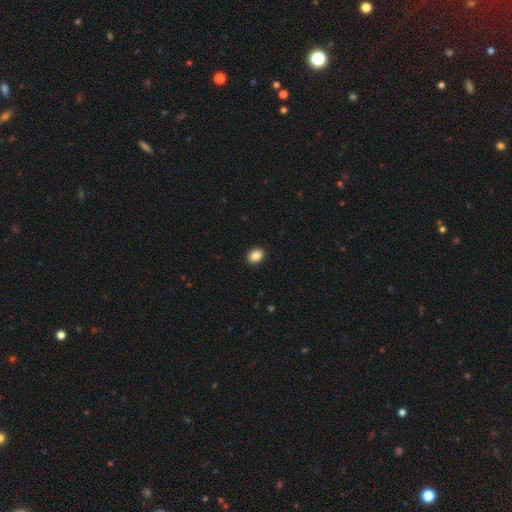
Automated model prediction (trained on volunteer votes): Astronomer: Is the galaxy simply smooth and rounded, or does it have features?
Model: smooth — 87%.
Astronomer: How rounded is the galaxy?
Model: in between — 50% (runner-up: round, 49%).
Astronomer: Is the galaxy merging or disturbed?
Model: none — 91%.